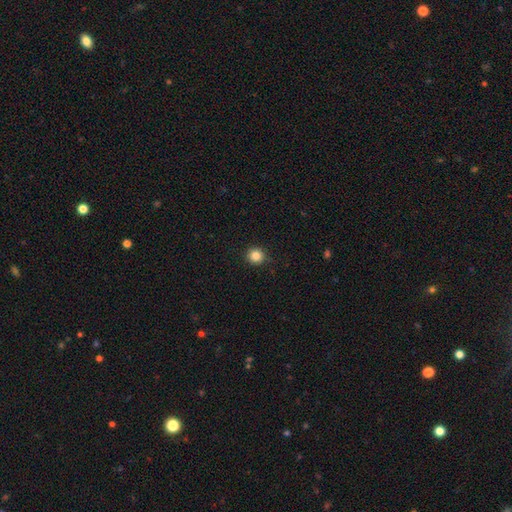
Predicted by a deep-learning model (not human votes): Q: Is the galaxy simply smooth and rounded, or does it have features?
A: smooth — 85%.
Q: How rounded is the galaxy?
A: round — 93%.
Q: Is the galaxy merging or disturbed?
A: none — 90%.